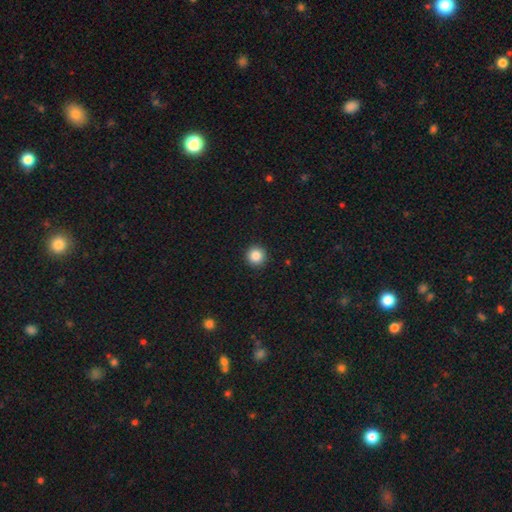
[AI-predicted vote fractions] Overall: smooth (86%). How rounded: round (96%). Merging: none (93%).